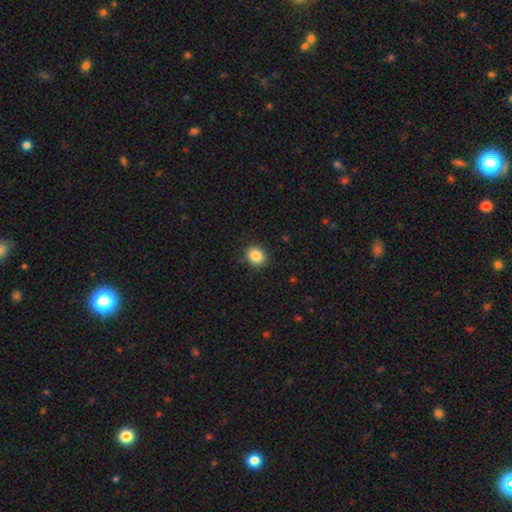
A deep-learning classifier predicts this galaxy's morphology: This is clearly a smooth galaxy (85%). How rounded: likely round (70%). Merging: clearly none (89%).